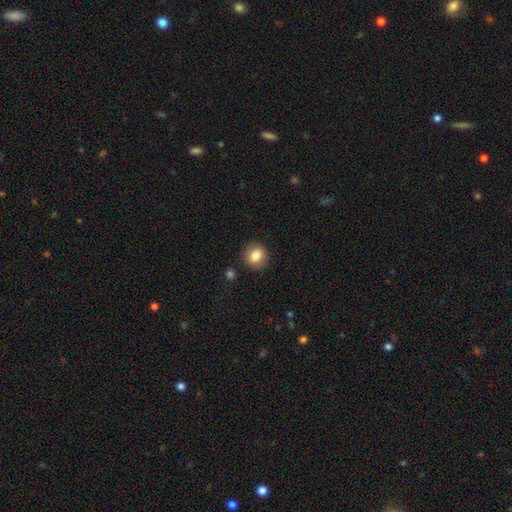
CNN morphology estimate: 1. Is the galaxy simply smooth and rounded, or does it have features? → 84% smooth, 9% star or artifact, 7% featured or disk.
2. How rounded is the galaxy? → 82% round, 17% in between, 1% cigar-shaped.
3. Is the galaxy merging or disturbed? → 87% none, 8% minor disturbance, 2% major disturbance, 2% merger.